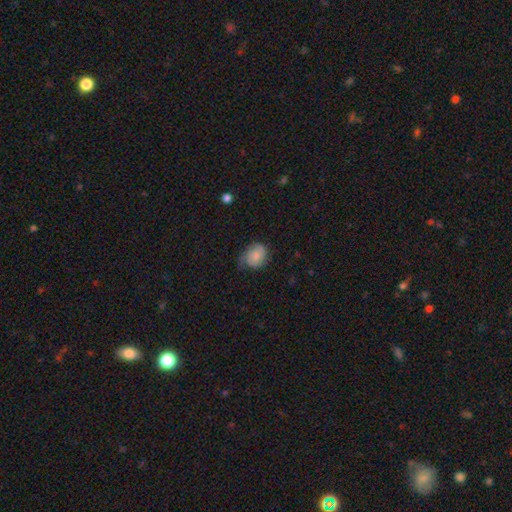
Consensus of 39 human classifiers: Volunteers were most divided on "how rounded": round: 59%, in between: 41%, cigar-shaped: 0%. More confident: smooth or featured — smooth (74%); merging — none (58%).